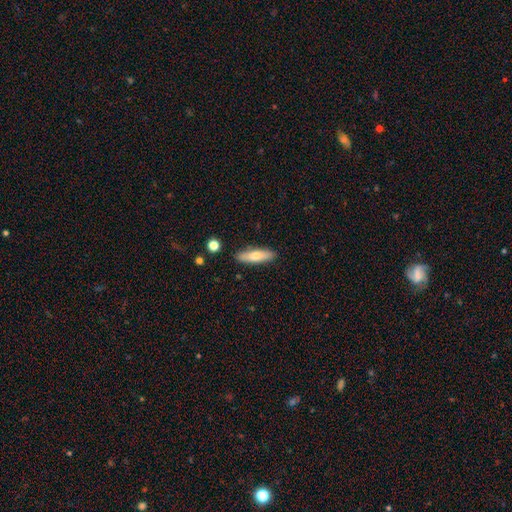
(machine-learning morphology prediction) Overall: smooth (66%; featured or disk 28%). How rounded: cigar-shaped (58%; in between 40%). Merging: none (88%).